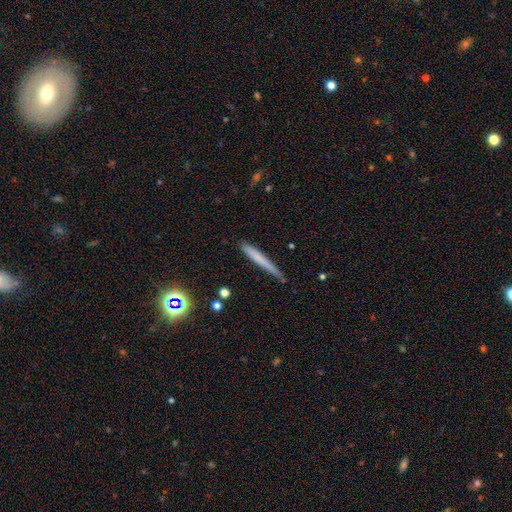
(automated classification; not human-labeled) Q: Smooth or featured?
A: smooth (63%); runner-up: featured or disk (27%)
Q: How rounded?
A: cigar-shaped (96%); runner-up: in between (3%)
Q: Merging?
A: none (74%); runner-up: minor disturbance (20%)